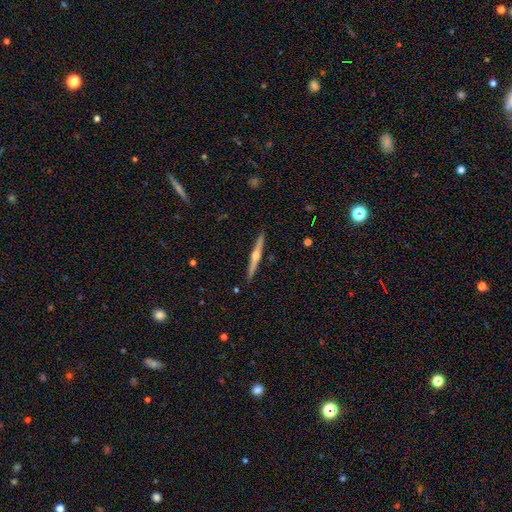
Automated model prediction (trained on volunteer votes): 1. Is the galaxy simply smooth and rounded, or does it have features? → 75% featured or disk, 19% smooth, 6% star or artifact.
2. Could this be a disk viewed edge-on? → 98% yes, 2% no.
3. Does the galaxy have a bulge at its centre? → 91% rounded, 5% none, 4% boxy.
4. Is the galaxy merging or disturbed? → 92% none, 6% minor disturbance, 1% major disturbance, 1% merger.